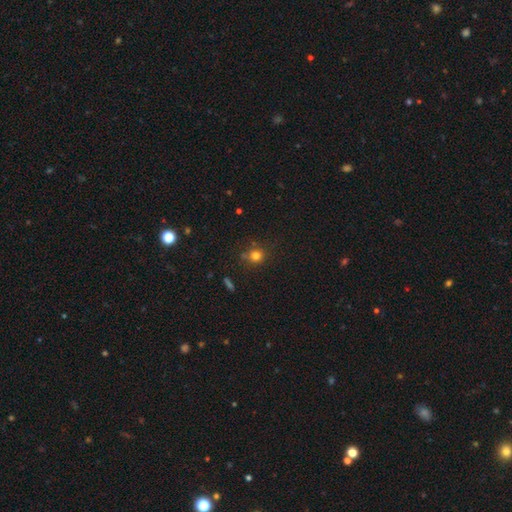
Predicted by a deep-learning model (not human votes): This appears to be a smooth galaxy with no disk features (76%) that is round (87%). Merging: none (75%).